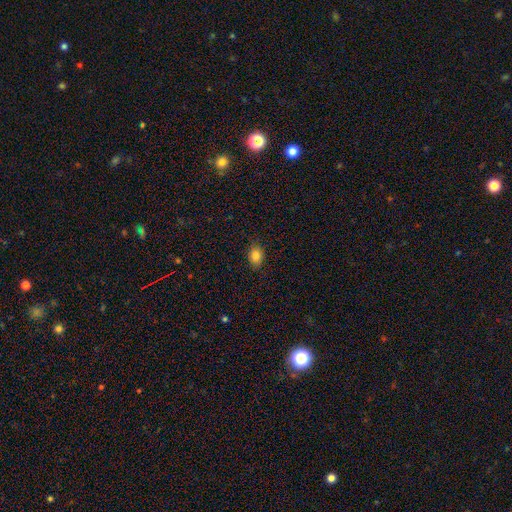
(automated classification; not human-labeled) This is clearly a smooth galaxy (83%). How rounded: likely in between (72%). Merging: clearly none (86%).